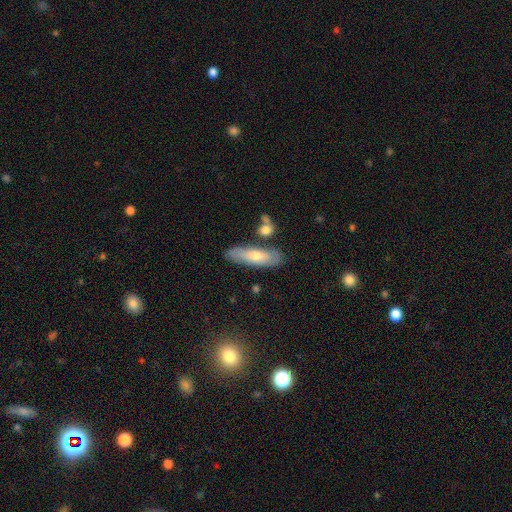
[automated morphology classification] smooth_or_featured: smooth (p=0.59) [alt: featured or disk p=0.34]
how_rounded: cigar-shaped (p=0.53) [alt: in between p=0.44]
merging: none (p=0.77) [alt: minor disturbance p=0.13]